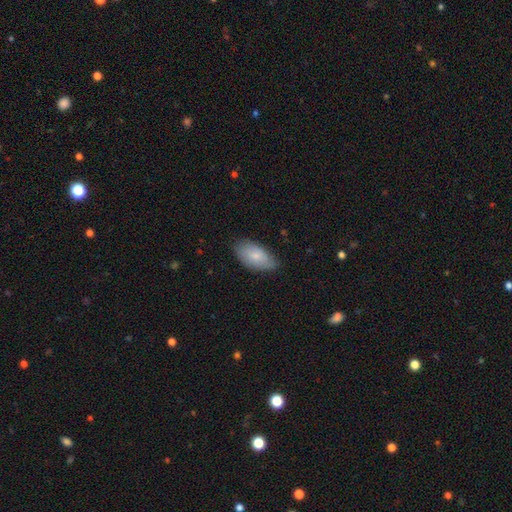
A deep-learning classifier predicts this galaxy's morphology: A smooth galaxy with no disk features (75%) that is in between round and cigar-shaped (94%). Merging: none (72%).